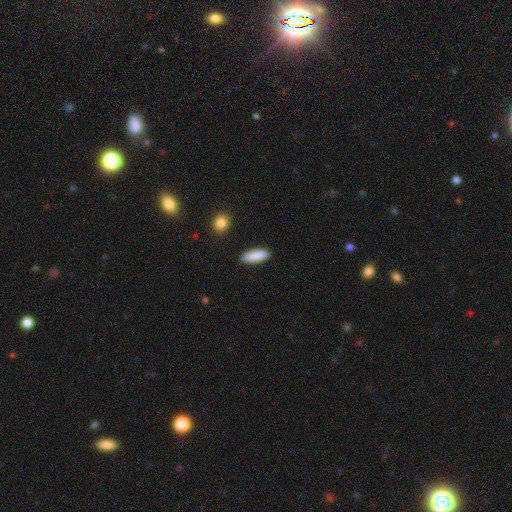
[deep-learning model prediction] This appears to be a smooth galaxy with no disk features (89%) that is in between round and cigar-shaped (58%). Merging: none (89%).